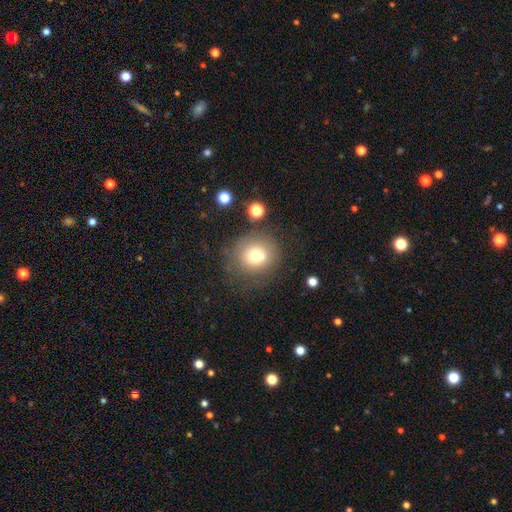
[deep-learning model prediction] smooth_or_featured: smooth (p=0.72) [alt: featured or disk p=0.16]
how_rounded: round (p=0.86) [alt: in between p=0.13]
merging: none (p=0.63) [alt: minor disturbance p=0.16]